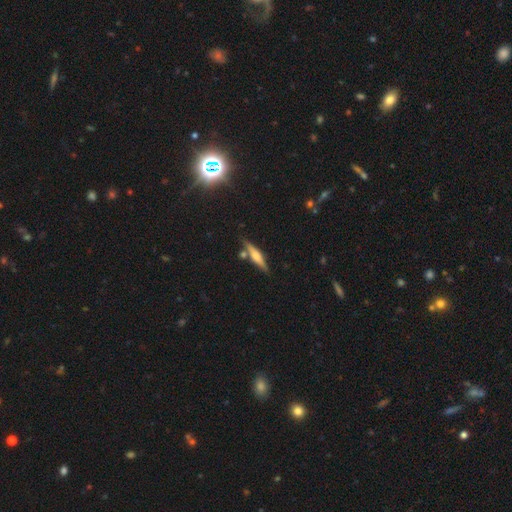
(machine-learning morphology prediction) Smooth or featured?
  - featured or disk: 59% *
  - smooth: 33%
  - star or artifact: 8%
Edge-on disk?
  - yes: 96% *
  - no: 4%
Edge-on bulge?
  - rounded: 74% *
  - boxy: 18%
  - none: 8%
Merging?
  - none: 79% *
  - minor disturbance: 11%
  - merger: 8%
  - major disturbance: 3%